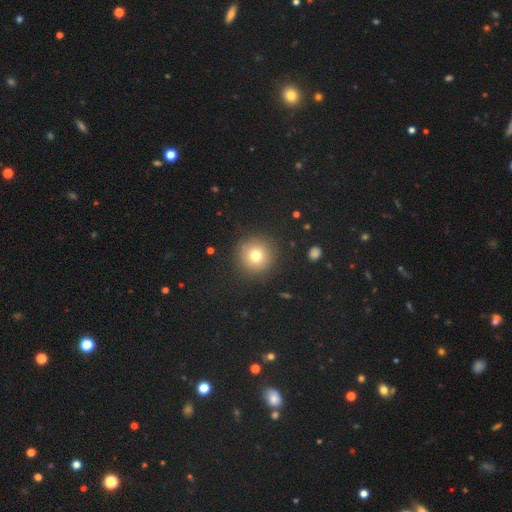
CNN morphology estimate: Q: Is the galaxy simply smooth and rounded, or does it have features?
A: smooth — 75%.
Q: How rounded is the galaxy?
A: round — 95%.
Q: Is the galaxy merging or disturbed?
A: none — 90%.